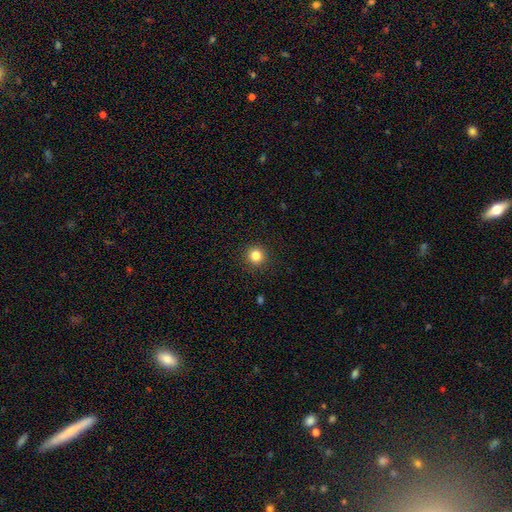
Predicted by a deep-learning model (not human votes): A smooth galaxy with no disk features (83%) that is round (95%). Merging: none (92%).